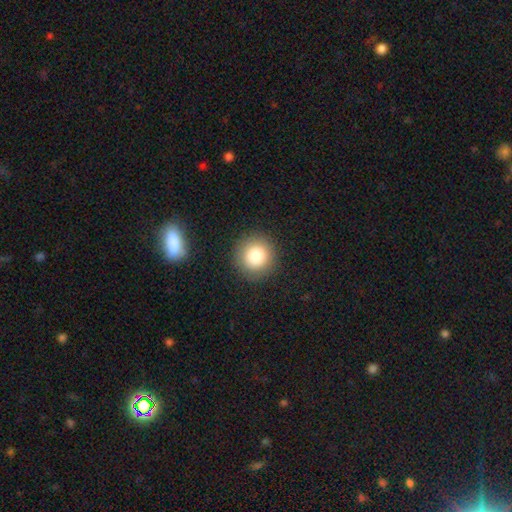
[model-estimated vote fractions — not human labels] smooth 83%, star or artifact 10%, featured or disk 7%. Down the decision tree: how rounded — round (94%); merging — none (90%).